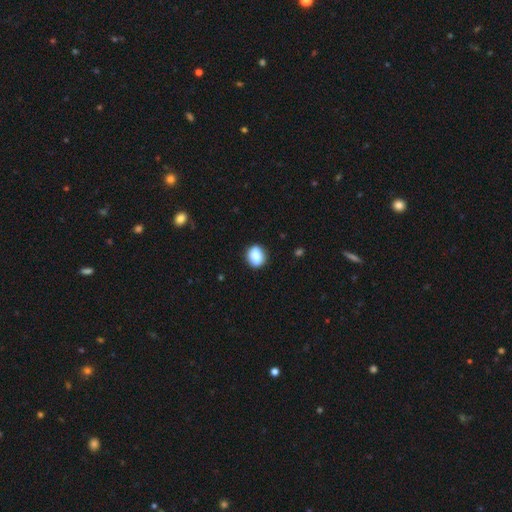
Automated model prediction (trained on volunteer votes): The model was most divided on "how rounded": in between: 50%, round: 47%, cigar-shaped: 2%. More confident: merging — none (83%); smooth or featured — smooth (81%).